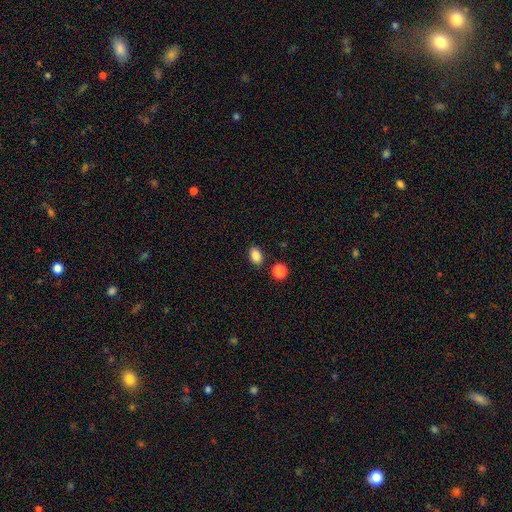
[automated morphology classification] Smooth or featured? smooth (86%)
How rounded? in between (82%)
Merging? none (84%)